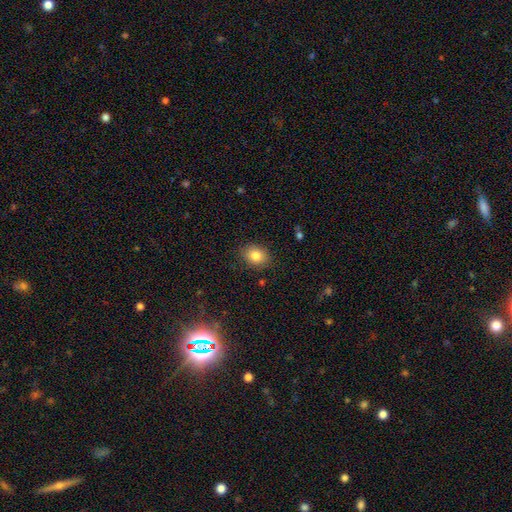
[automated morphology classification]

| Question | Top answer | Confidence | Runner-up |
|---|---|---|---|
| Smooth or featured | smooth | 83% | star or artifact (9%) |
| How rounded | in between | 53% | round (46%) |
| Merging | none | 85% | minor disturbance (11%) |